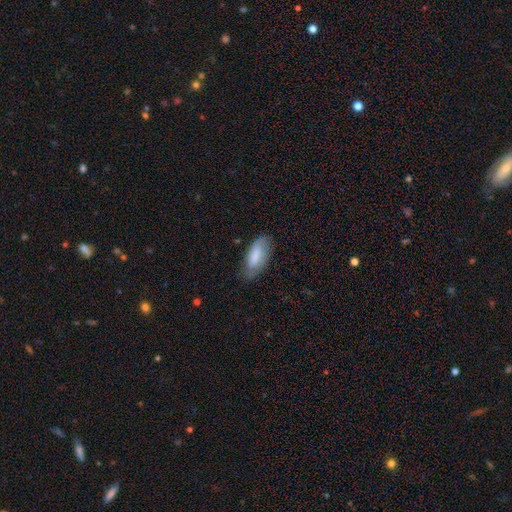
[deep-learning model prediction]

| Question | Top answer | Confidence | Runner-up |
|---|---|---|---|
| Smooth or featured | smooth | 78% | featured or disk (16%) |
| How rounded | in between | 84% | cigar-shaped (15%) |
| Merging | none | 68% | minor disturbance (25%) |